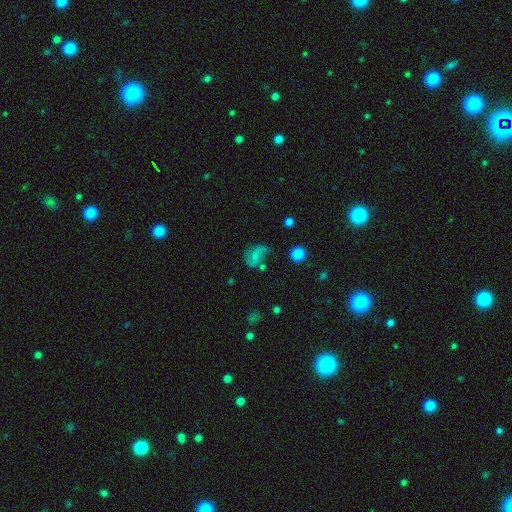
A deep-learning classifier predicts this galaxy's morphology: Smooth or featured?
  - featured or disk: 47% *
  - smooth: 39%
  - star or artifact: 14%
Merging?
  - none: 43% *
  - minor disturbance: 24%
  - major disturbance: 22%
  - merger: 11%